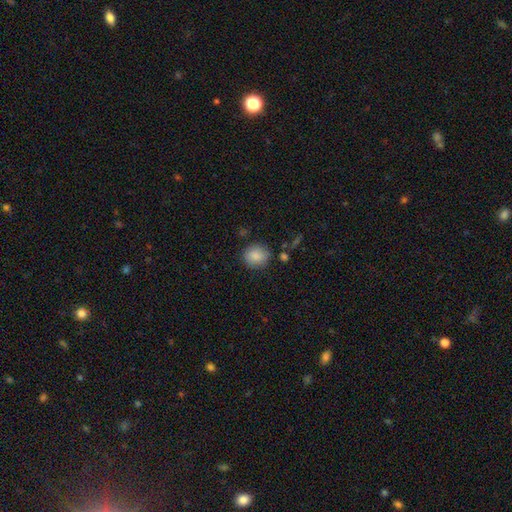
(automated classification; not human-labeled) Smooth or featured?
  - smooth: 87% *
  - star or artifact: 8%
  - featured or disk: 5%
How rounded?
  - round: 83% *
  - in between: 16%
  - cigar-shaped: 1%
Merging?
  - none: 84% *
  - minor disturbance: 10%
  - major disturbance: 3%
  - merger: 3%